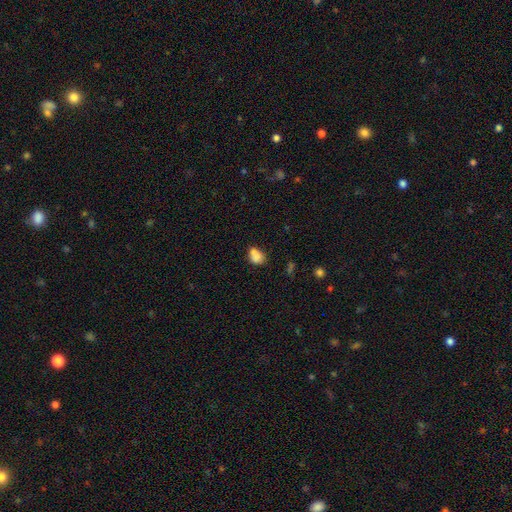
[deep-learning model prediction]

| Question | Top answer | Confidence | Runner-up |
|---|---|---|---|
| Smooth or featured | smooth | 78% | featured or disk (11%) |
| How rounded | in between | 60% | round (38%) |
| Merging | none | 38% | merger (37%) |